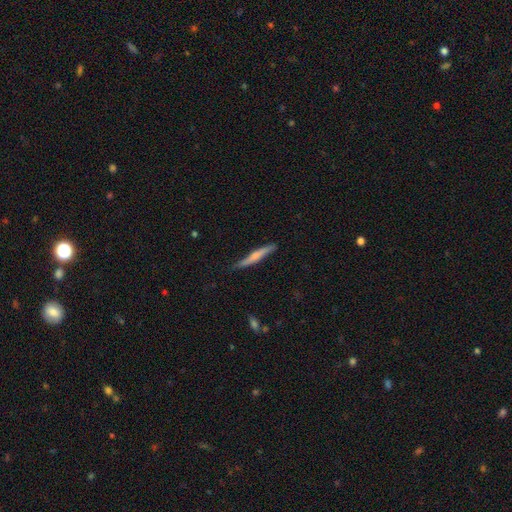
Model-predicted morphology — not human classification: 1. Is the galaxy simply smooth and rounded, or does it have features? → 53% smooth, 42% featured or disk, 5% star or artifact.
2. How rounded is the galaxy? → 95% cigar-shaped, 4% in between, 2% round.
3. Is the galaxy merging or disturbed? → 82% none, 14% minor disturbance, 2% major disturbance, 2% merger.